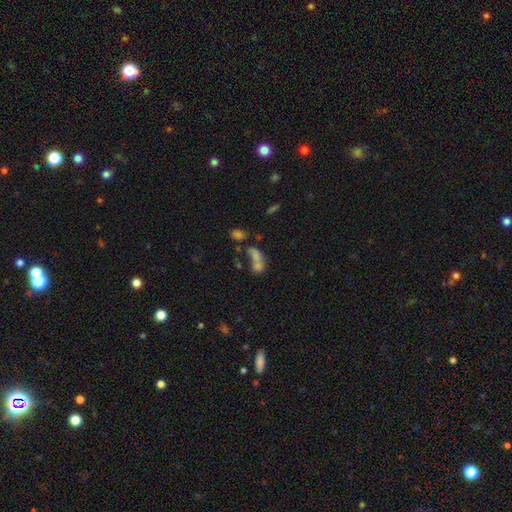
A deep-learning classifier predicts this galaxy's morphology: A smooth galaxy with no disk features (47%).

Vote fractions:
- Smooth or featured? smooth: 47% / star or artifact: 31% / featured or disk: 22%
- Merging? merger: 44% / none: 33% / major disturbance: 13% / minor disturbance: 11%